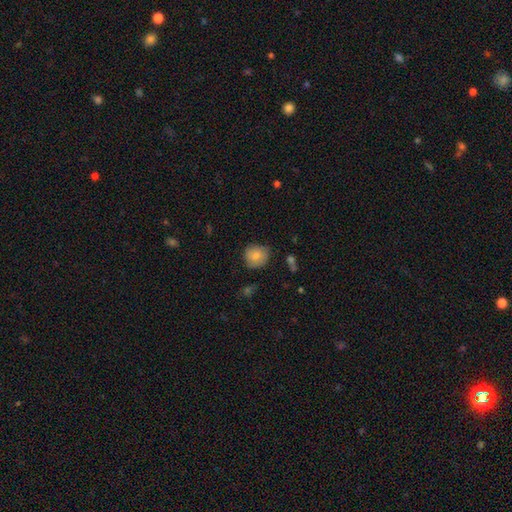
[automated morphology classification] The model was most divided on "merging": none: 73%, minor disturbance: 21%, major disturbance: 4%, merger: 2%. More confident: how rounded — round (85%); smooth or featured — smooth (80%).